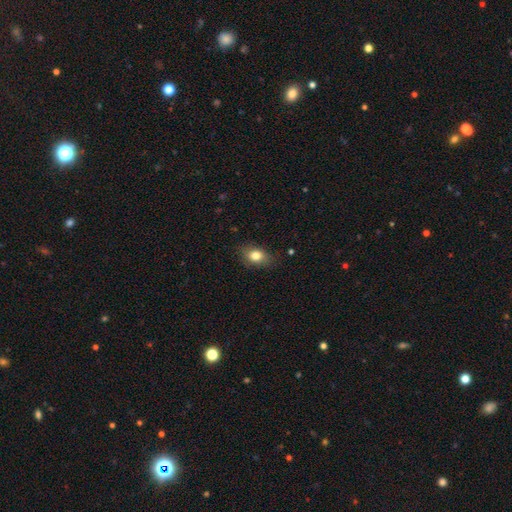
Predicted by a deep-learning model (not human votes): Morphology: type=smooth (80%); roundness=in between (77%); merging=none (79%).